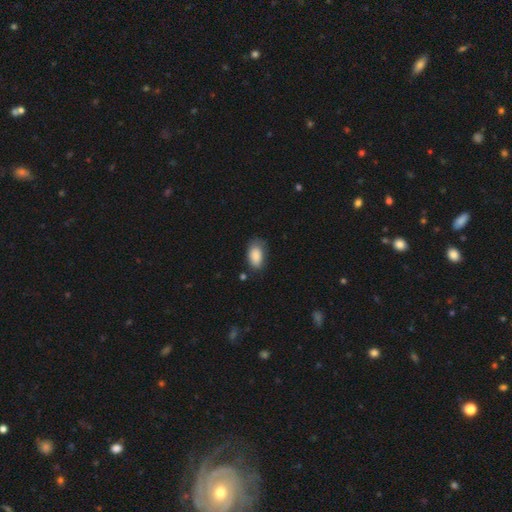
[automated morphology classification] type=smooth (87%); roundness=in between (92%); merging=none (63%).